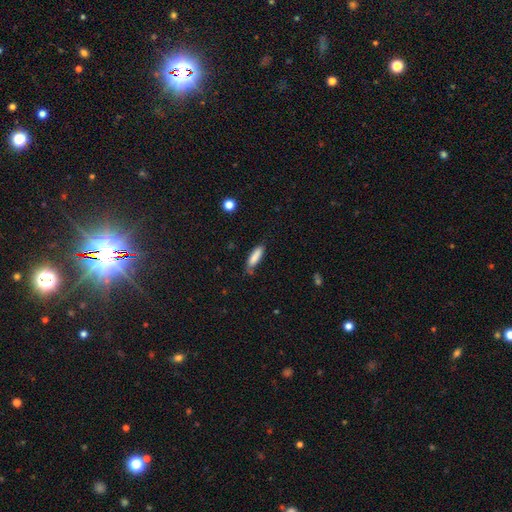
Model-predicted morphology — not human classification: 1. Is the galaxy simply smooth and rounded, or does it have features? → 83% smooth, 10% featured or disk, 7% star or artifact.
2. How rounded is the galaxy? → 60% cigar-shaped, 38% in between, 2% round.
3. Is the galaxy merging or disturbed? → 71% none, 22% minor disturbance, 4% major disturbance, 3% merger.